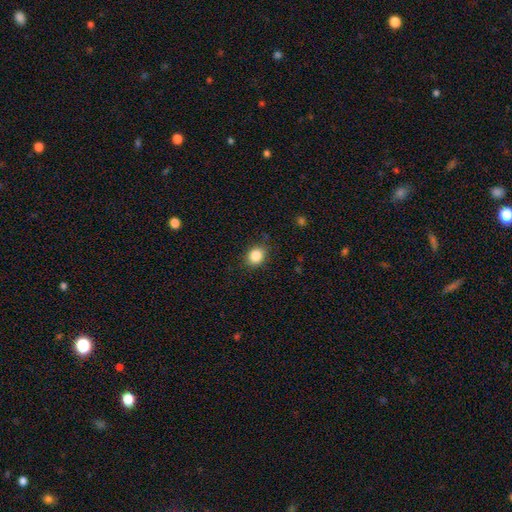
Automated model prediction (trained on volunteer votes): Smooth or featured? Predicted: smooth (p=0.86). How rounded? Predicted: round (p=0.57). Merging? Predicted: none (p=0.84).